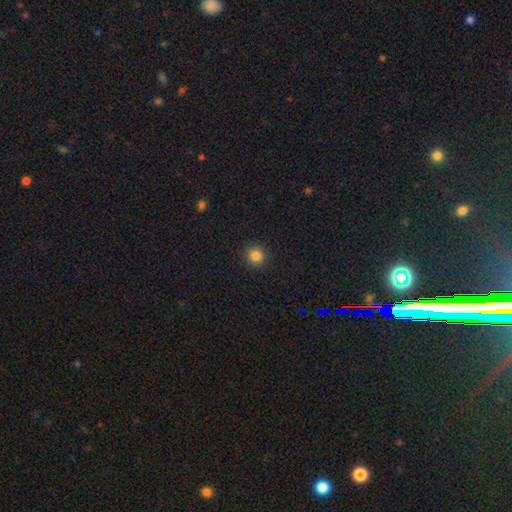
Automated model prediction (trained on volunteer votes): Smooth or featured? smooth (84%)
How rounded? round (94%)
Merging? none (92%)